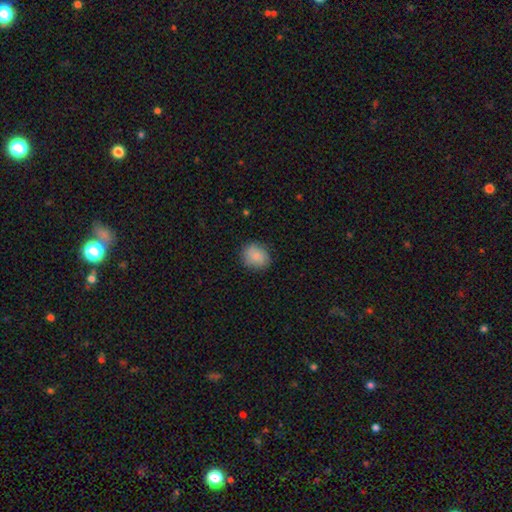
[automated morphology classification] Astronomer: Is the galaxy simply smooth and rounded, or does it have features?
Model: smooth — 86%.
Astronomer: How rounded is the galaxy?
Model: round — 70%.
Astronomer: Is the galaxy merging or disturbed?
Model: none — 83%.